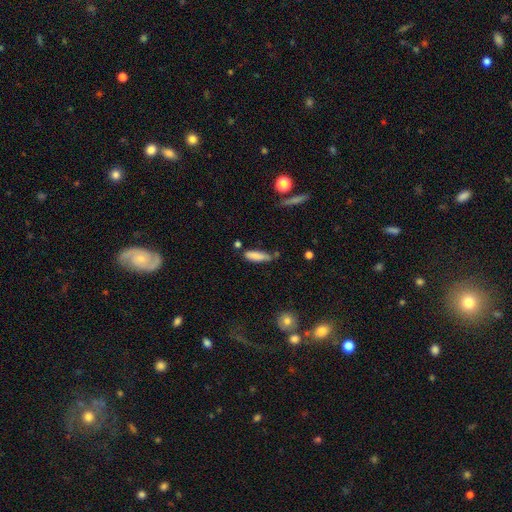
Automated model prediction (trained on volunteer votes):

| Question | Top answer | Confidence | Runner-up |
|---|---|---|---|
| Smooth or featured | smooth | 82% | featured or disk (10%) |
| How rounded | cigar-shaped | 59% | in between (39%) |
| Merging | none | 57% | minor disturbance (28%) |